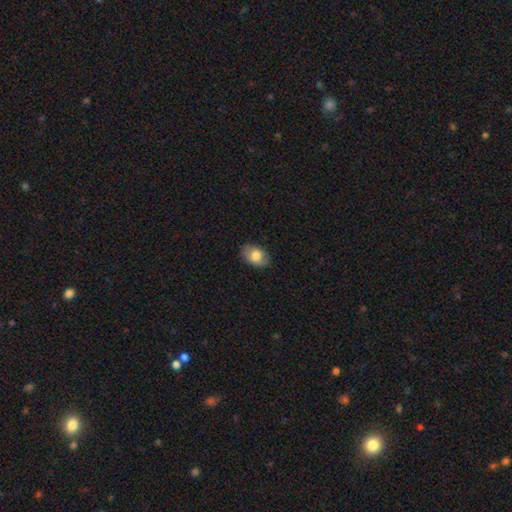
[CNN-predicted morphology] Q: Smooth or featured?
A: smooth (78%); runner-up: featured or disk (15%)
Q: How rounded?
A: in between (87%); runner-up: round (12%)
Q: Merging?
A: none (83%); runner-up: minor disturbance (13%)